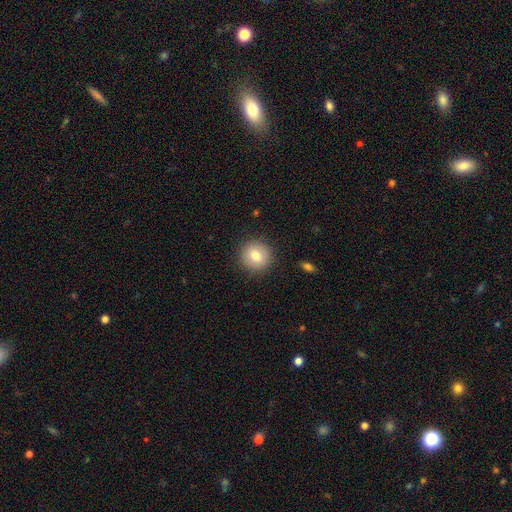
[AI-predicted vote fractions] Smooth or featured: smooth — 79% (featured or disk — 12%)
How rounded: round — 91% (in between — 8%)
Merging: none — 89% (minor disturbance — 7%)